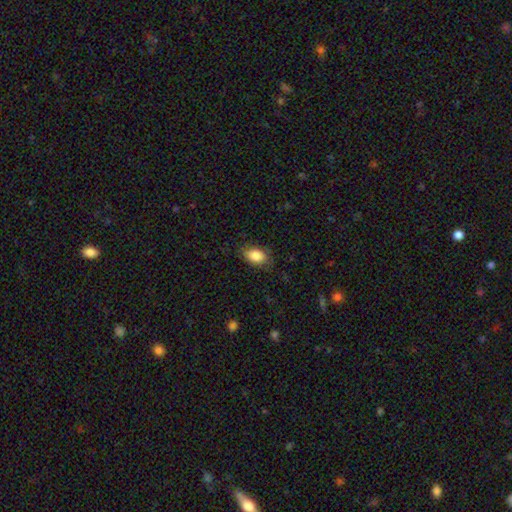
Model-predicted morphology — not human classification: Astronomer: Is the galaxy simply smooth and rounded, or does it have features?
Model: smooth — 84%.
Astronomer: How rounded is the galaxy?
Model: in between — 86%.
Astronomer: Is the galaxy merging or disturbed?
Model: none — 76%.